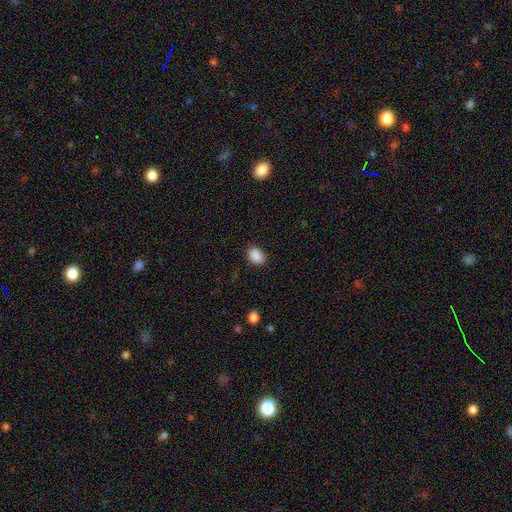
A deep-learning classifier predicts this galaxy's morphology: This appears to be a smooth galaxy with no disk features (89%) that is in between round and cigar-shaped (76%). Merging: none (84%).